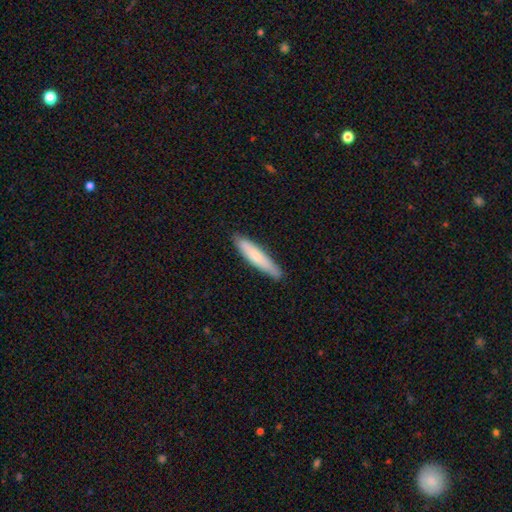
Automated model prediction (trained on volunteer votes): Overall: smooth (73%). How rounded: cigar-shaped (87%). Merging: none (85%).